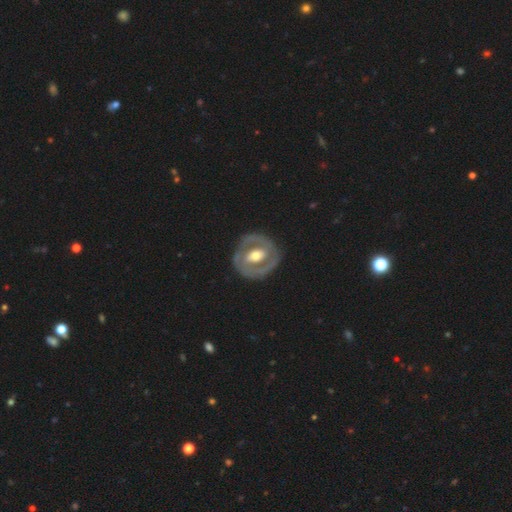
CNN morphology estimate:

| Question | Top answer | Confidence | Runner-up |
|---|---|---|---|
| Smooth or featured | featured or disk | 70% | smooth (26%) |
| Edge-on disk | no | 96% | yes (4%) |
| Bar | no | 42% | weak (33%) |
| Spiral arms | no | 63% | yes (37%) |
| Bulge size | moderate | 69% | large (18%) |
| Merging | none | 79% | minor disturbance (14%) |